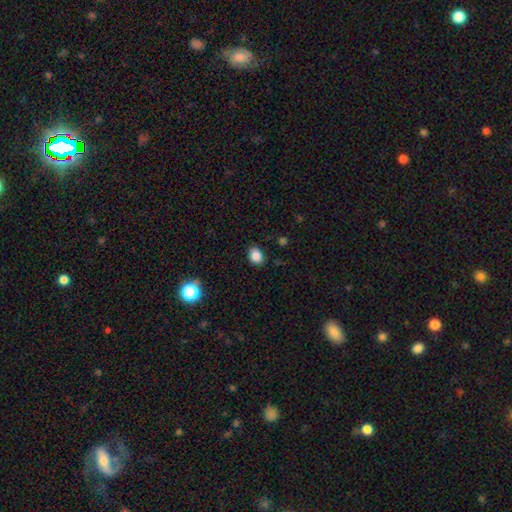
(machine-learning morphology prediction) This is clearly a smooth galaxy (85%). How rounded: likely in between (64%). Merging: clearly none (85%).